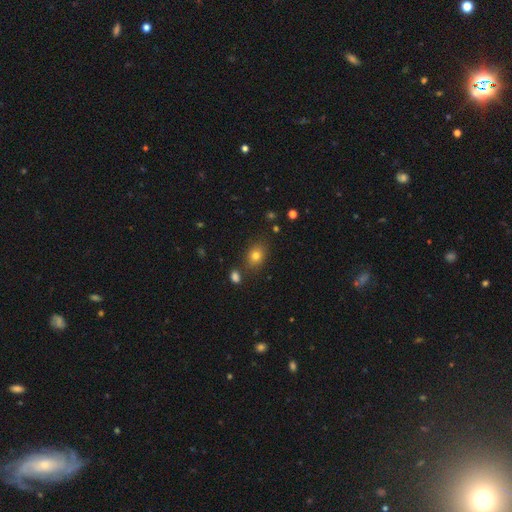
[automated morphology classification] Smooth or featured?
  - smooth: 79% *
  - star or artifact: 12%
  - featured or disk: 9%
How rounded?
  - in between: 60% *
  - round: 38%
  - cigar-shaped: 1%
Merging?
  - none: 80% *
  - minor disturbance: 11%
  - merger: 5%
  - major disturbance: 3%